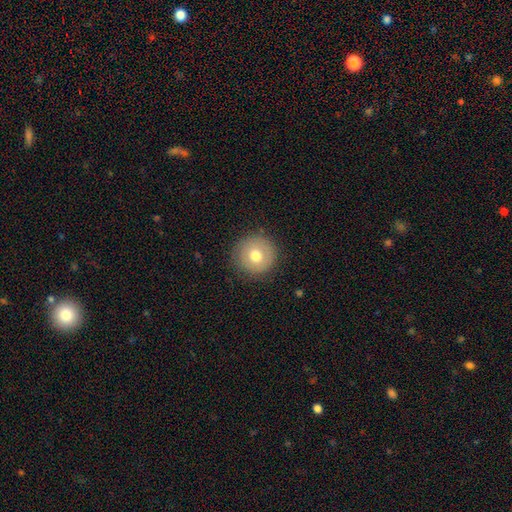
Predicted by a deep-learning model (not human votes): This is likely a smooth galaxy (71%). How rounded: clearly round (95%). Merging: clearly none (87%).